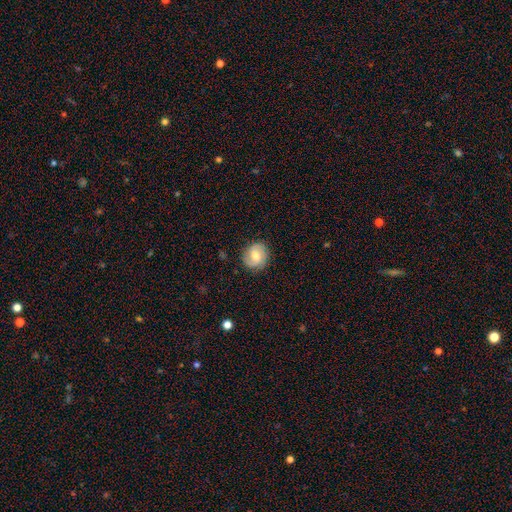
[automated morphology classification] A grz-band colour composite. It shows a smooth galaxy with no disk features (49%). Merging: none (82%).